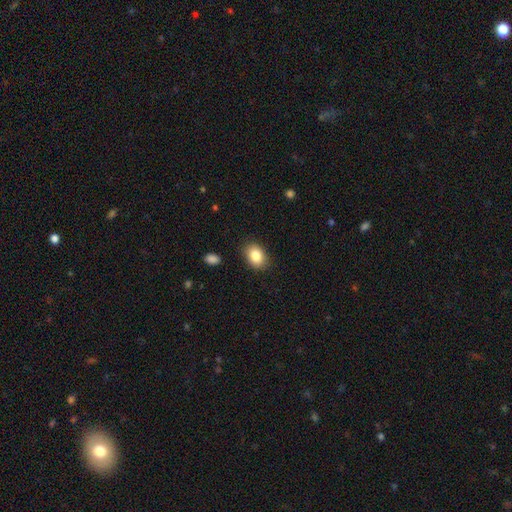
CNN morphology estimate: A smooth galaxy with no disk features (85%) that is in between round and cigar-shaped (76%).

Vote fractions:
- Smooth or featured? smooth: 85% / star or artifact: 8% / featured or disk: 7%
- How rounded? in between: 76% / round: 23% / cigar-shaped: 1%
- Merging? none: 87% / minor disturbance: 10% / major disturbance: 2% / merger: 1%